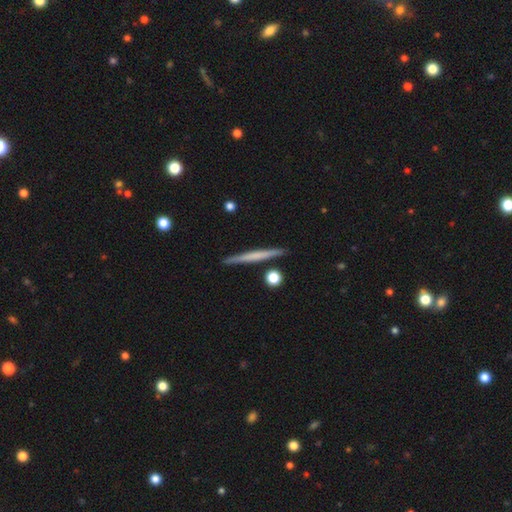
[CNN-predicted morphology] A featured or disk galaxy (48%). Merging: none (90%).